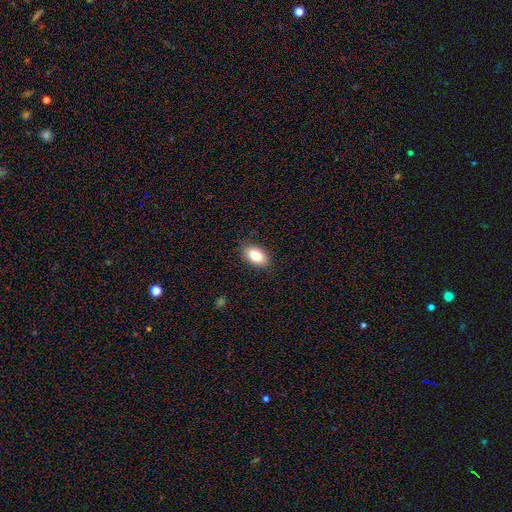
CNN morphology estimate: This appears to be a smooth galaxy with no disk features (83%) that is in between round and cigar-shaped (92%). Merging: none (86%).